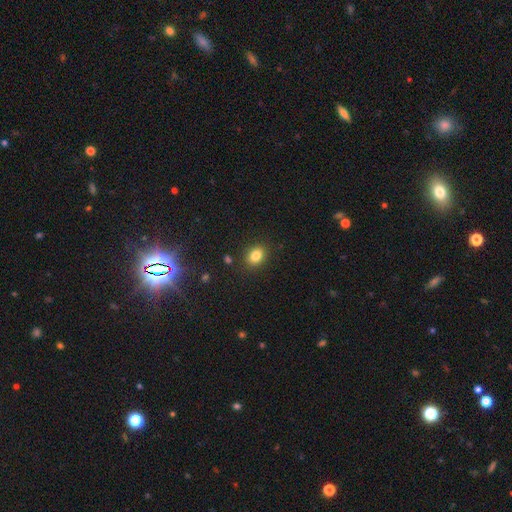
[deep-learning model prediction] Smooth or featured? smooth (82%)
How rounded? in between (64%)
Merging? none (86%)